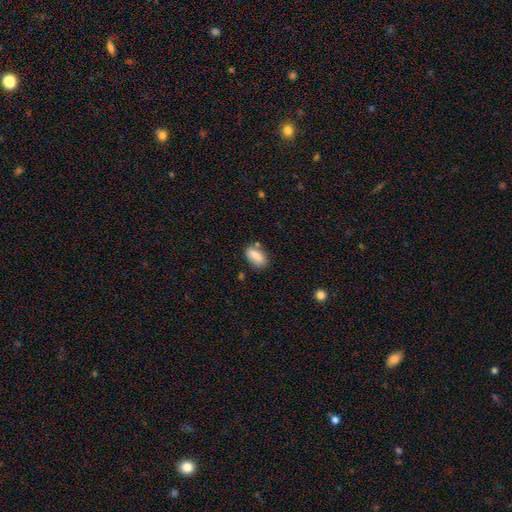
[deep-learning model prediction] Q: Smooth or featured?
A: smooth (81%); runner-up: featured or disk (12%)
Q: How rounded?
A: in between (86%); runner-up: cigar-shaped (9%)
Q: Merging?
A: none (74%); runner-up: minor disturbance (16%)